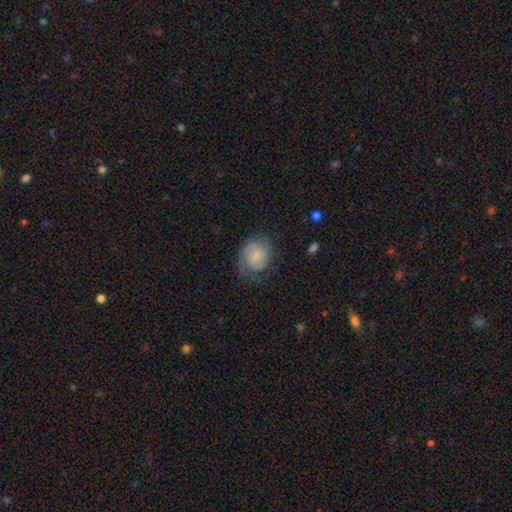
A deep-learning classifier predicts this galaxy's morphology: Smooth or featured?
  - smooth: 58% *
  - featured or disk: 34%
  - star or artifact: 8%
How rounded?
  - round: 52% *
  - in between: 47%
  - cigar-shaped: 1%
Merging?
  - none: 52% *
  - minor disturbance: 27%
  - major disturbance: 19%
  - merger: 1%